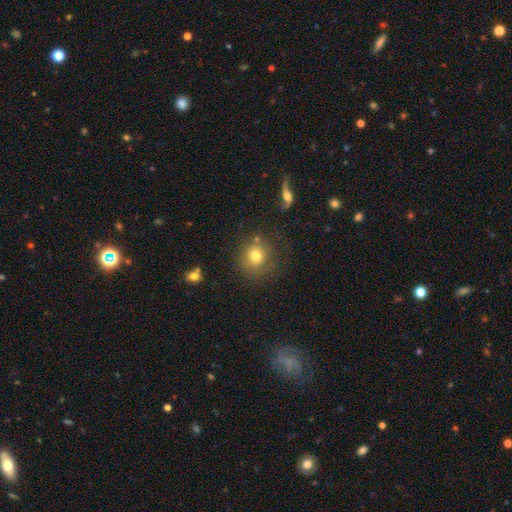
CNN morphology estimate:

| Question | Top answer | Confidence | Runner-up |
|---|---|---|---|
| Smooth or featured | smooth | 76% | star or artifact (13%) |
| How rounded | round | 85% | in between (14%) |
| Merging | none | 71% | minor disturbance (15%) |